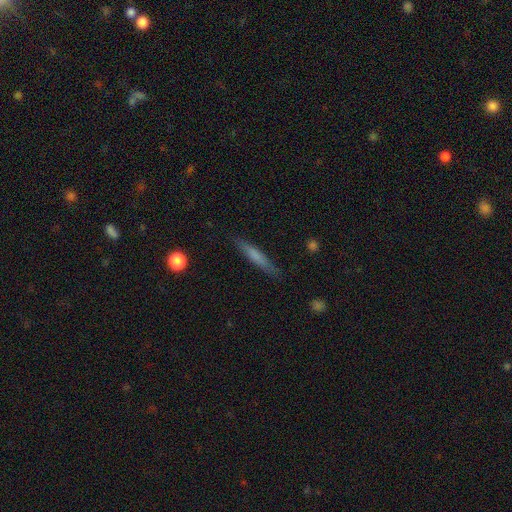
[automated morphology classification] Smooth or featured? Predicted: smooth (p=0.64). How rounded? Predicted: cigar-shaped (p=0.93). Merging? Predicted: none (p=0.87).